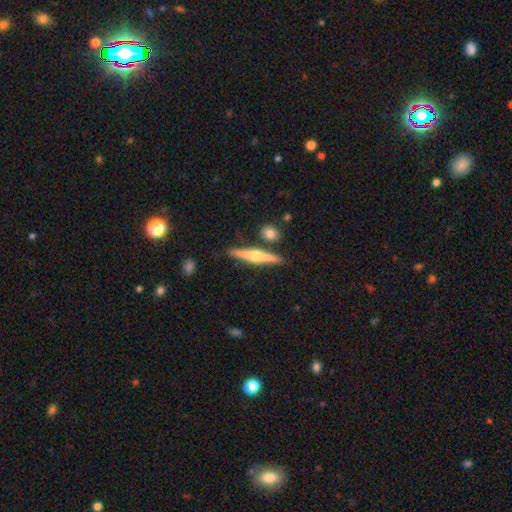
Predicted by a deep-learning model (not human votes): Smooth or featured? featured or disk (66%)
Edge-on disk? yes (97%)
Edge-on bulge? rounded (91%)
Merging? none (83%)